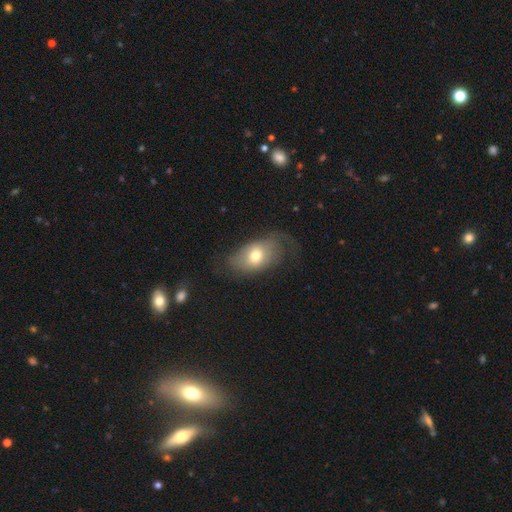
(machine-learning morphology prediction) Overall: smooth (64%; featured or disk 28%). How rounded: in between (85%). Merging: none (46%; major disturbance 26%).